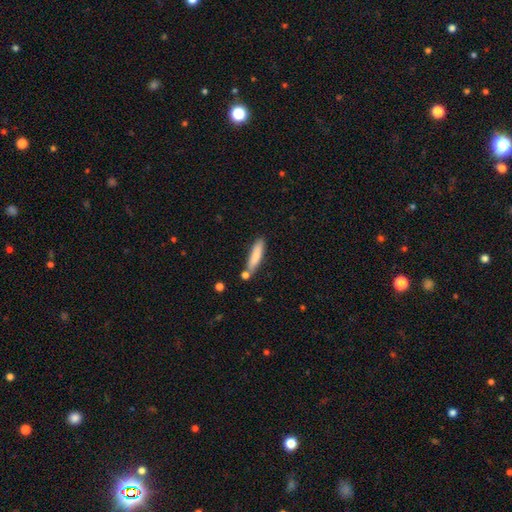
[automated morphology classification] Smooth or featured?
  - smooth: 76% *
  - featured or disk: 18%
  - star or artifact: 6%
How rounded?
  - cigar-shaped: 82% *
  - in between: 17%
  - round: 1%
Merging?
  - none: 73% *
  - minor disturbance: 14%
  - merger: 10%
  - major disturbance: 3%